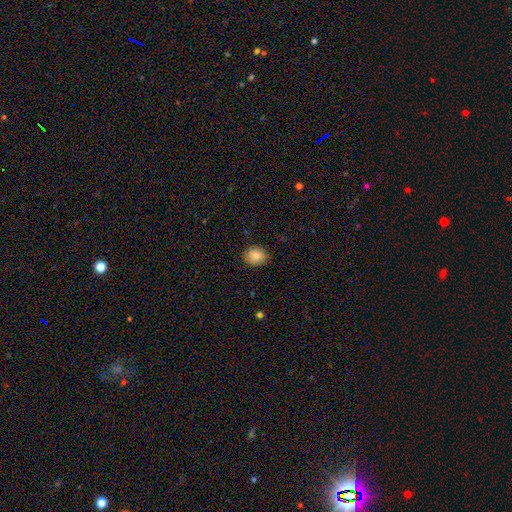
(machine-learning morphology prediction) smooth_or_featured: smooth (p=0.80) [alt: featured or disk p=0.10]
how_rounded: round (p=0.72) [alt: in between p=0.27]
merging: none (p=0.88) [alt: minor disturbance p=0.09]